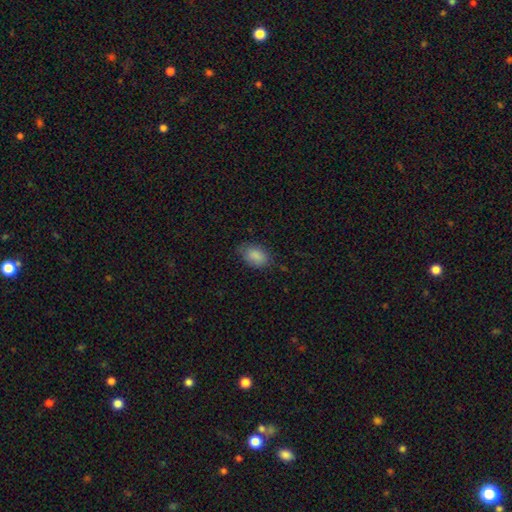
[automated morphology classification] smooth_or_featured: smooth (p=0.87) [alt: star or artifact p=0.07]
how_rounded: in between (p=0.88) [alt: round p=0.11]
merging: none (p=0.72) [alt: minor disturbance p=0.22]